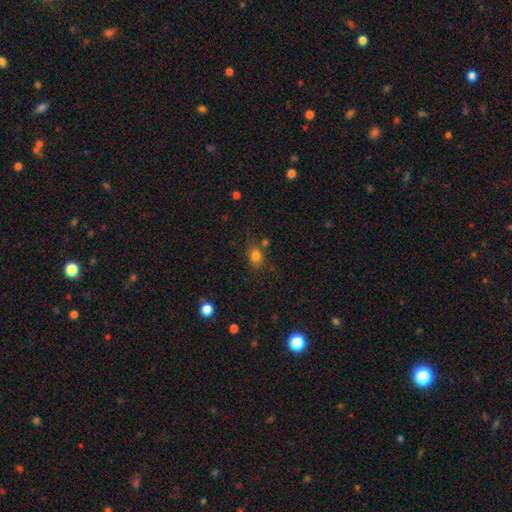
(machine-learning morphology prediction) A smooth galaxy with no disk features (79%) that is round (54%). Merging: none (66%).